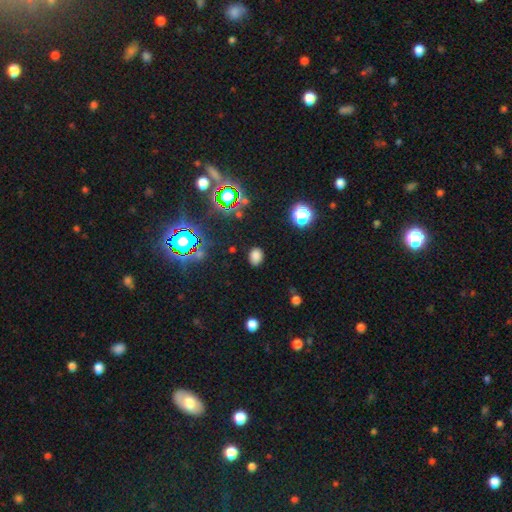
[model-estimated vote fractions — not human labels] Smooth or featured? smooth (75%)
How rounded? in between (59%)
Merging? none (85%)